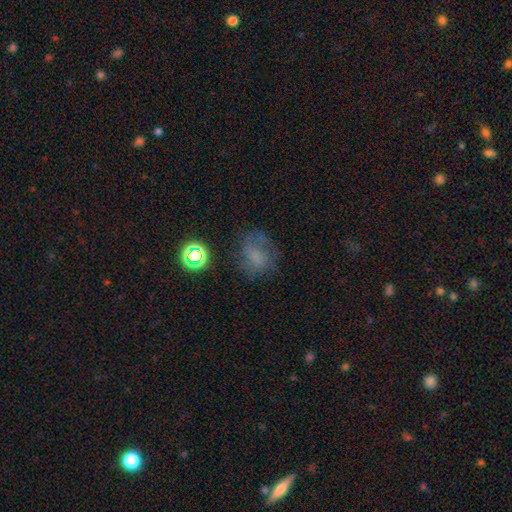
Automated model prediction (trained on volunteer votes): The model was most divided on "how rounded": round: 55%, in between: 44%, cigar-shaped: 1%. More confident: merging — none (57%); smooth or featured — smooth (54%).